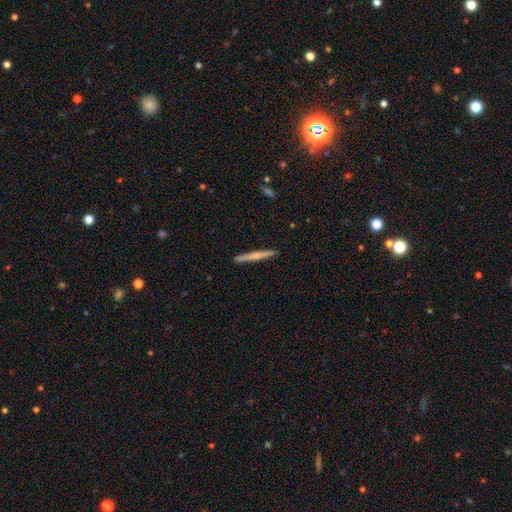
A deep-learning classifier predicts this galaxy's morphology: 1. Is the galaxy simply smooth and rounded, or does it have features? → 53% smooth, 41% featured or disk, 6% star or artifact.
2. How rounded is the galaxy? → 96% cigar-shaped, 2% in between, 1% round.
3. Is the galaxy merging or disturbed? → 92% none, 6% minor disturbance, 1% major disturbance, 1% merger.